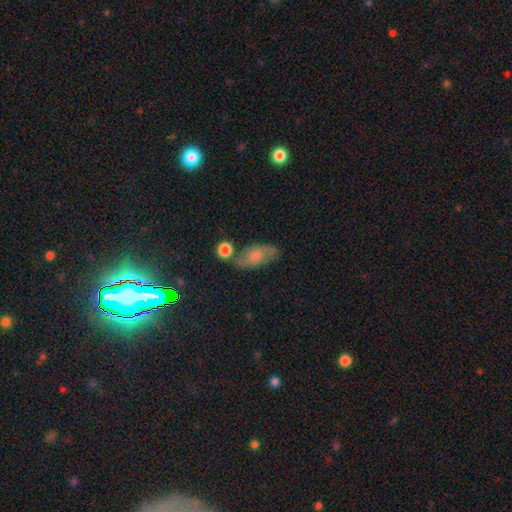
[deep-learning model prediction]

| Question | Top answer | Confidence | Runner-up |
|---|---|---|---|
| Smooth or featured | smooth | 60% | featured or disk (30%) |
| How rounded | in between | 86% | round (7%) |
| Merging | none | 60% | minor disturbance (22%) |